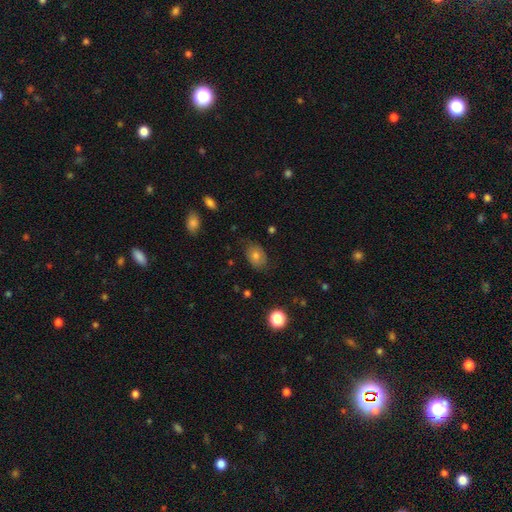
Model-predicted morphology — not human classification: Overall: smooth (72%). How rounded: in between (73%). Merging: none (74%).